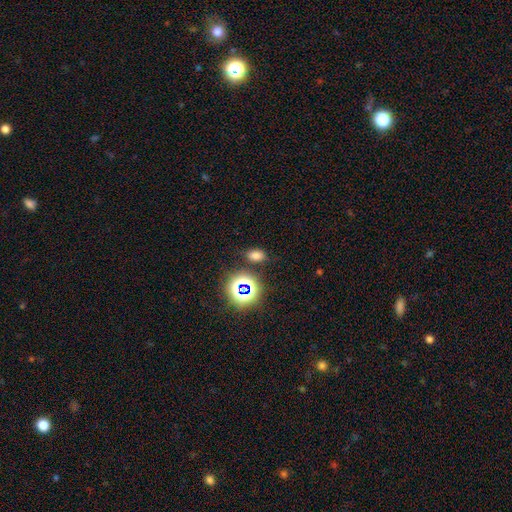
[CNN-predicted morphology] smooth_or_featured: smooth (p=0.67) [alt: star or artifact p=0.26]
how_rounded: in between (p=0.82) [alt: round p=0.16]
merging: none (p=0.81) [alt: minor disturbance p=0.11]